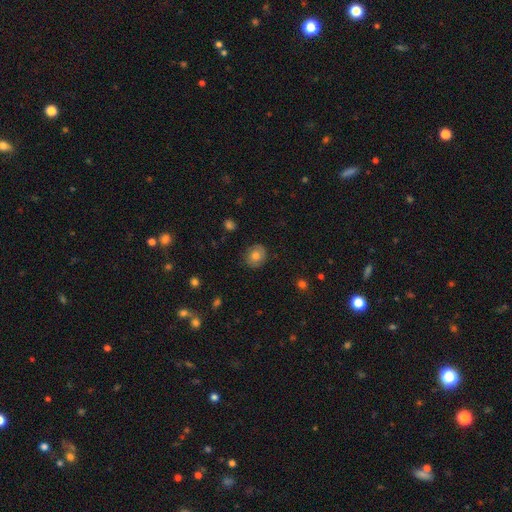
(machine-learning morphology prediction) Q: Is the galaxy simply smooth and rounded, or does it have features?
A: smooth — 75%.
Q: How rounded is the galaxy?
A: round — 70%.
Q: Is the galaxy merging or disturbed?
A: none — 83%.